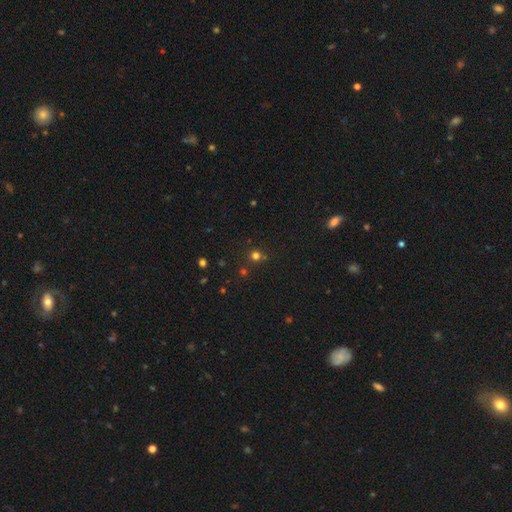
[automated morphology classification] Smooth or featured: smooth — 65% (star or artifact — 30%)
How rounded: round — 93% (in between — 6%)
Merging: none — 80% (merger — 9%)